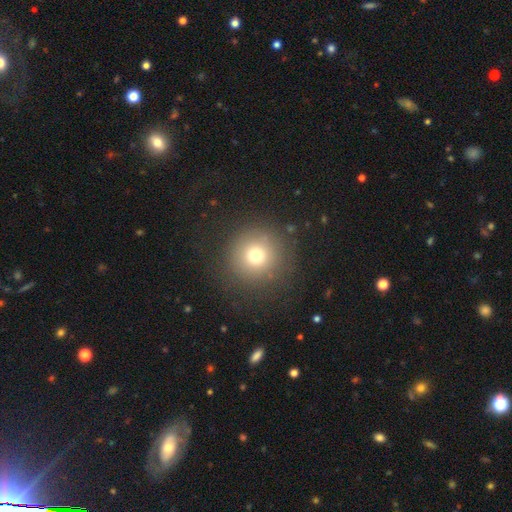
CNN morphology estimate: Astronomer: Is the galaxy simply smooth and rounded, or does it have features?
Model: smooth — 73%.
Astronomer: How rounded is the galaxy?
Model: round — 95%.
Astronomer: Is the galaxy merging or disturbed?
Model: none — 87%.